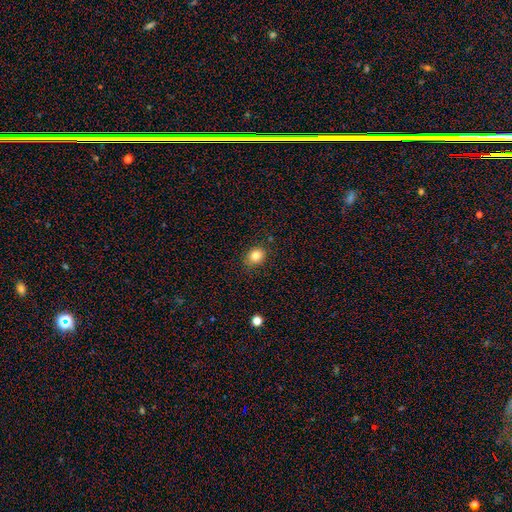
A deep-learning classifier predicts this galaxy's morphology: smooth_or_featured: smooth (p=0.84) [alt: star or artifact p=0.11]
how_rounded: round (p=0.50) [alt: in between p=0.49]
merging: none (p=0.82) [alt: minor disturbance p=0.13]